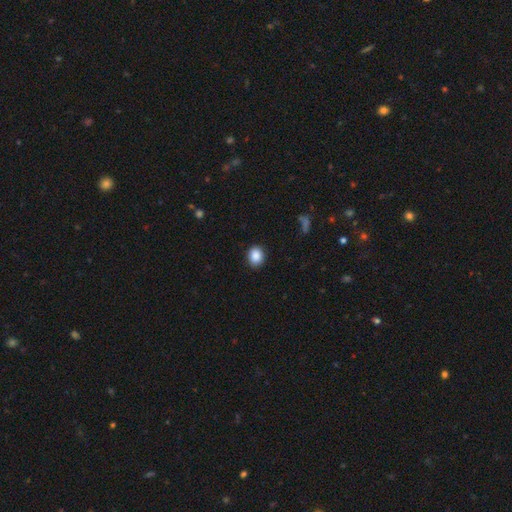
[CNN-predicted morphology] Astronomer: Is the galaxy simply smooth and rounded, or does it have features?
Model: smooth — 88%.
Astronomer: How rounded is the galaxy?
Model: round — 60% (runner-up: in between, 39%).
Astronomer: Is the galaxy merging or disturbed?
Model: none — 88%.